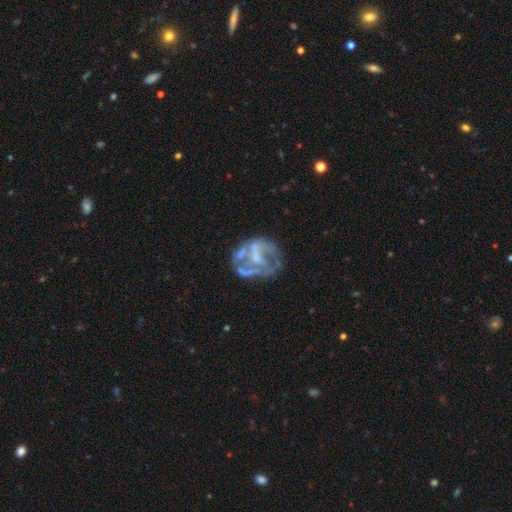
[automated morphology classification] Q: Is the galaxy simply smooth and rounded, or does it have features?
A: featured or disk — 73%.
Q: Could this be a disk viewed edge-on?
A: no — 98%.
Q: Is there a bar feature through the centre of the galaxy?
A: no — 52%.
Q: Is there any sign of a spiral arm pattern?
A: no — 65%.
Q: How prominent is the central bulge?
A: none — 45%.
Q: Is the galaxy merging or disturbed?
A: none — 47%.